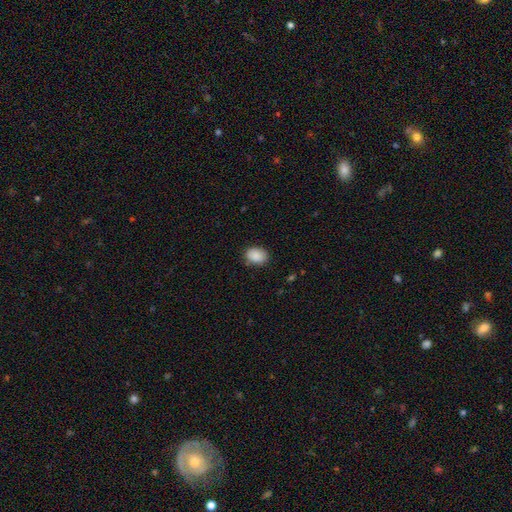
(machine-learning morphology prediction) This appears to be a smooth galaxy with no disk features (89%) that is in between round and cigar-shaped (70%). Merging: none (86%).